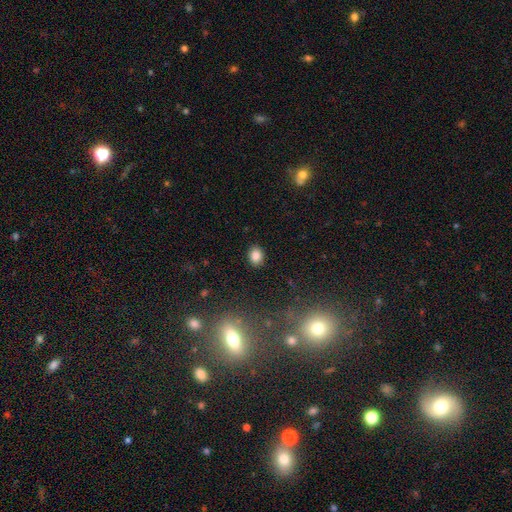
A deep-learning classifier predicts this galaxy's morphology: The model was most divided on "how rounded": in between: 55%, round: 44%, cigar-shaped: 1%. More confident: merging — none (89%); smooth or featured — smooth (84%).